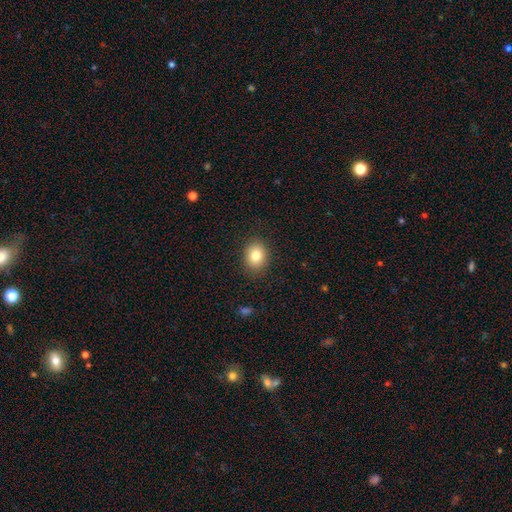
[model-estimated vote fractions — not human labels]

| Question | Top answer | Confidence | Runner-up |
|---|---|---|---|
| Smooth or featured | smooth | 82% | star or artifact (10%) |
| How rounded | round | 56% | in between (44%) |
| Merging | none | 88% | minor disturbance (9%) |